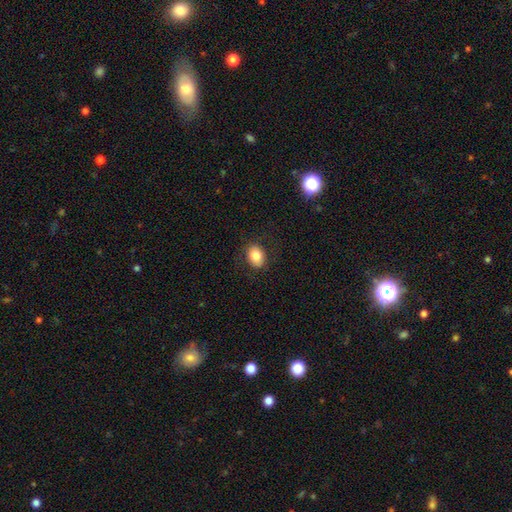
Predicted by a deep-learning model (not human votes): A smooth galaxy with no disk features (83%) that is in between round and cigar-shaped (67%). Merging: none (86%).